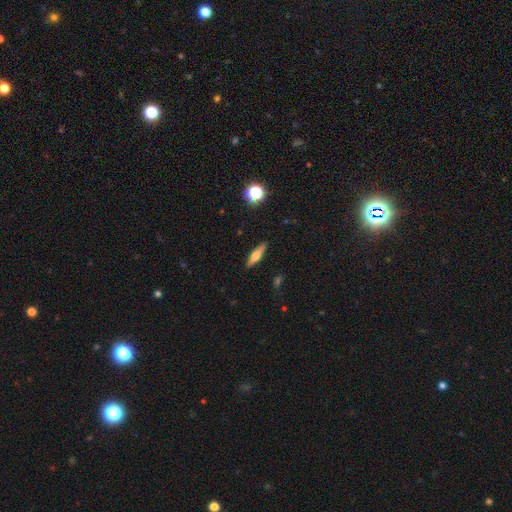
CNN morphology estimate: Smooth or featured? featured or disk (50%)
Edge-on disk? yes (94%)
Merging? none (89%)